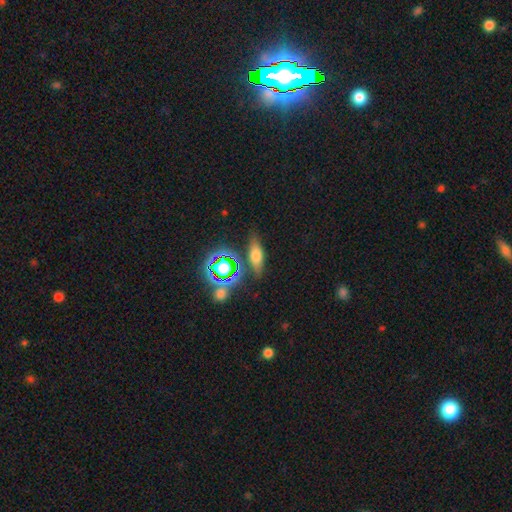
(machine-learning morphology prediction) Q: Smooth or featured?
A: smooth (56%); runner-up: star or artifact (23%)
Q: How rounded?
A: in between (54%); runner-up: cigar-shaped (37%)
Q: Merging?
A: none (77%); runner-up: minor disturbance (13%)